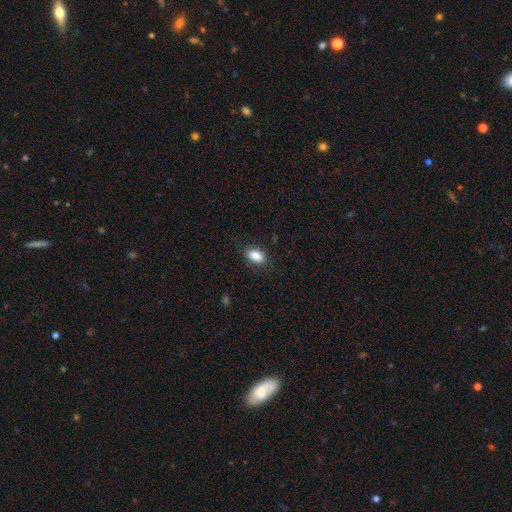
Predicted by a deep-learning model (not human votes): Smooth or featured: smooth — 88% (star or artifact — 8%)
How rounded: in between — 90% (round — 7%)
Merging: none — 83% (minor disturbance — 12%)